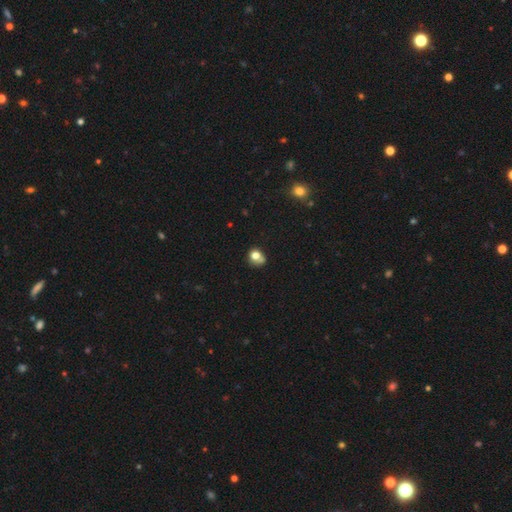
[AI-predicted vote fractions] This is likely a smooth galaxy (74%). How rounded: likely round (71%). Merging: possibly none (48%).